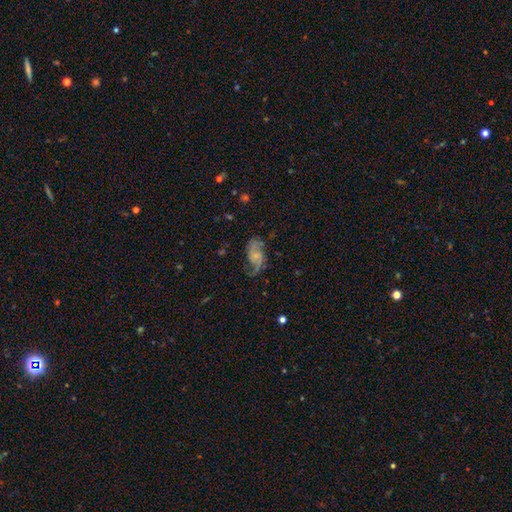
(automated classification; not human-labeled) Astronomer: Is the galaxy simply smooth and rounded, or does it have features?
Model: featured or disk — 78%.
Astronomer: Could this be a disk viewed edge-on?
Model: no — 97%.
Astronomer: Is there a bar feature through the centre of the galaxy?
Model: no — 58% (runner-up: weak, 35%).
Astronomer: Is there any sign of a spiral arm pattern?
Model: yes — 94%.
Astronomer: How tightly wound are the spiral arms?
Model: loose — 50% (runner-up: medium, 39%).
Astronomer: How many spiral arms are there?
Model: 2 — 87%.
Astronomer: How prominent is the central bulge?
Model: small — 59%.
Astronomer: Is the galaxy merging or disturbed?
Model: none — 63%.